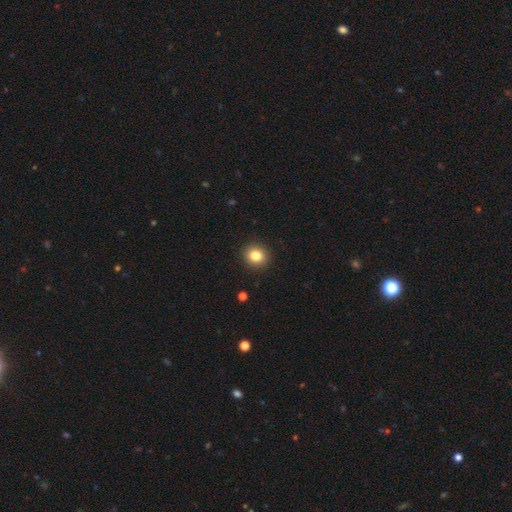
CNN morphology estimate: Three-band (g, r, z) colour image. It shows a smooth galaxy with no disk features (83%) that is round (84%). Merging: none (92%).